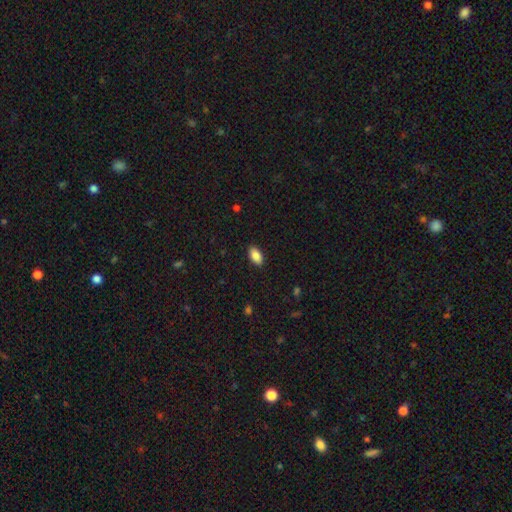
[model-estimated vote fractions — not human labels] The model was most divided on "smooth or featured": smooth: 87%, star or artifact: 7%, featured or disk: 5%. More confident: how rounded — in between (93%); merging — none (89%).